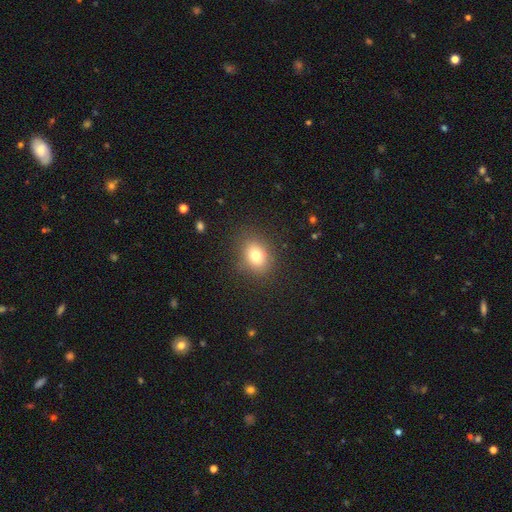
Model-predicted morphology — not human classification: This appears to be a smooth galaxy with no disk features (77%) that is in between round and cigar-shaped (57%). Merging: none (84%).